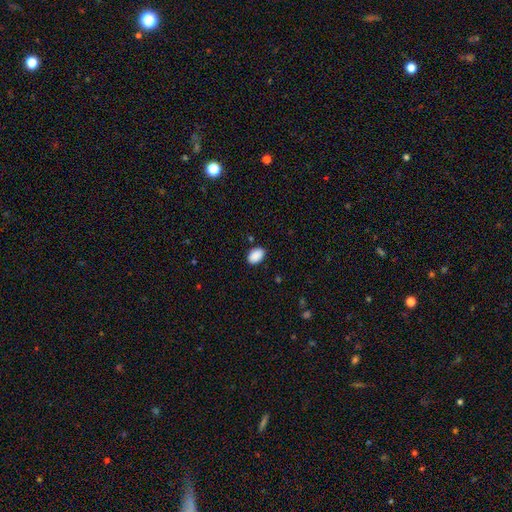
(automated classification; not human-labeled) The model was most divided on "merging": none: 85%, minor disturbance: 11%, major disturbance: 2%, merger: 1%. More confident: smooth or featured — smooth (90%); how rounded — in between (88%).